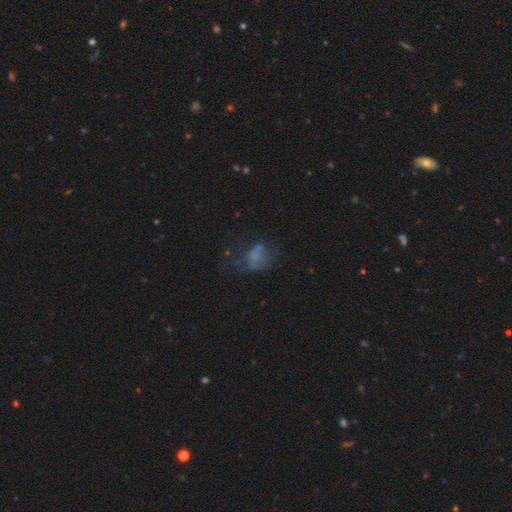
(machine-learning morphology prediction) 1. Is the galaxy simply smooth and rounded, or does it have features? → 48% smooth, 31% featured or disk, 21% star or artifact.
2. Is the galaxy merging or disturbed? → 37% none, 36% major disturbance, 22% minor disturbance, 6% merger.